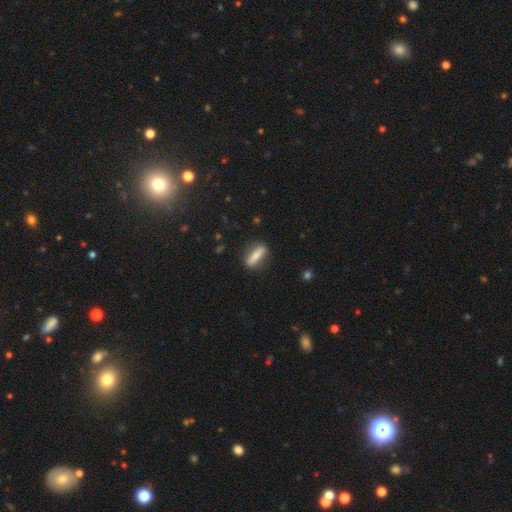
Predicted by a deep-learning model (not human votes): smooth-or-featured: smooth: 67% | featured or disk: 25% | star or artifact: 8%
  how-rounded: cigar-shaped: 57% | in between: 39% | round: 4%
  merging: none: 84% | minor disturbance: 11% | major disturbance: 4% | merger: 1%